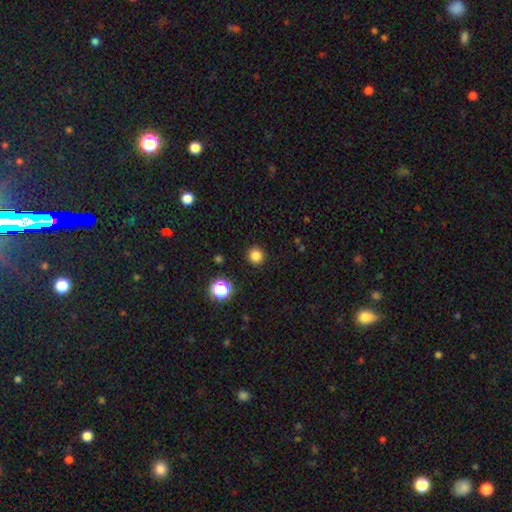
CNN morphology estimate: smooth_or_featured: smooth (p=0.82) [alt: star or artifact p=0.14]
how_rounded: round (p=0.94) [alt: in between p=0.05]
merging: none (p=0.92) [alt: minor disturbance p=0.05]